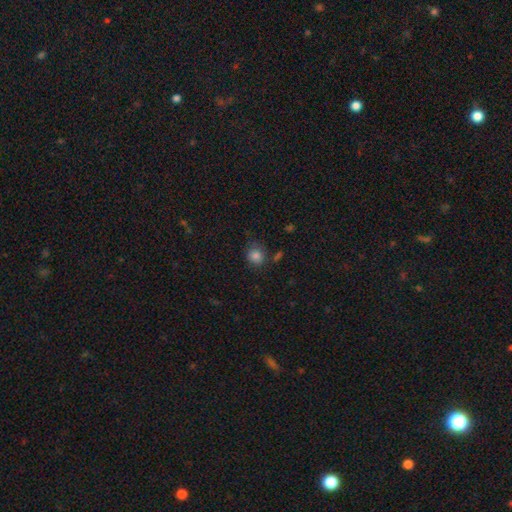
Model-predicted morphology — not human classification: Q: Smooth or featured?
A: smooth (83%); runner-up: star or artifact (11%)
Q: How rounded?
A: round (73%); runner-up: in between (26%)
Q: Merging?
A: none (71%); runner-up: minor disturbance (20%)